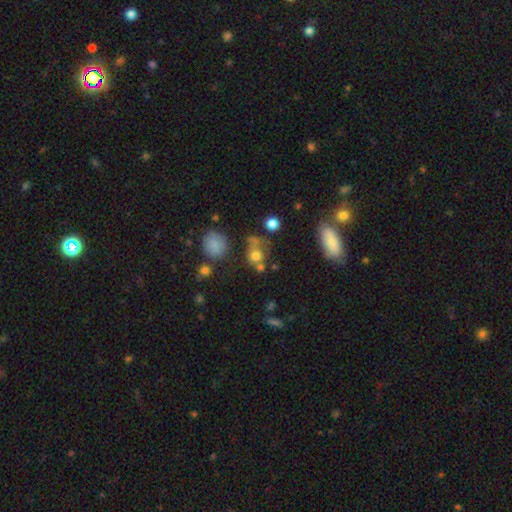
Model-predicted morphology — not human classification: smooth_or_featured: smooth (p=0.68) [alt: star or artifact p=0.18]
how_rounded: round (p=0.68) [alt: in between p=0.30]
merging: none (p=0.41) [alt: merger p=0.23]